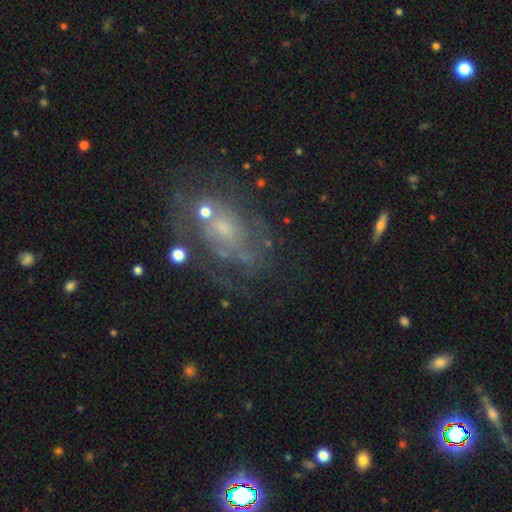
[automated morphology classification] Overall: featured or disk (59%; smooth 21%). Edge-on disk: no (94%). Bar: no (78%). Spiral arms: yes (56%; no 44%). Bulge size: small (56%; moderate 22%). Merging: none (57%; minor disturbance 18%).